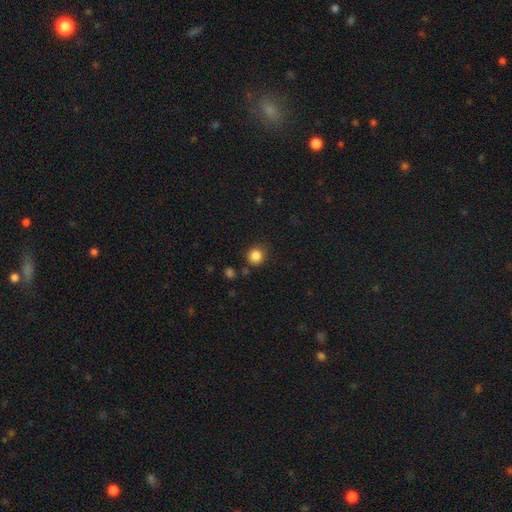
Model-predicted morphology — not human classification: Q: Smooth or featured?
A: smooth (85%); runner-up: star or artifact (11%)
Q: How rounded?
A: round (91%); runner-up: in between (9%)
Q: Merging?
A: none (85%); runner-up: minor disturbance (9%)